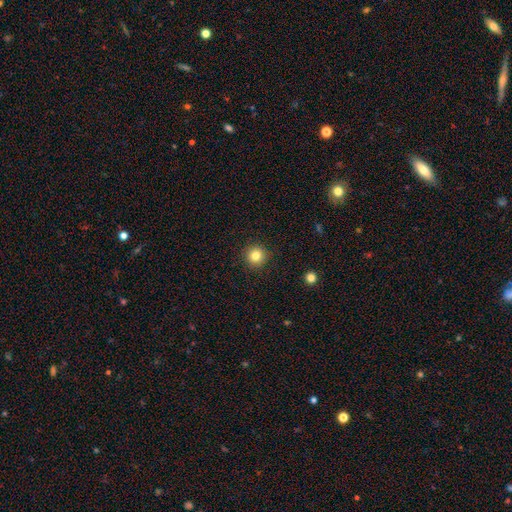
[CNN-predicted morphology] Smooth or featured: smooth — 82% (star or artifact — 12%)
How rounded: round — 95% (in between — 4%)
Merging: none — 92% (minor disturbance — 5%)